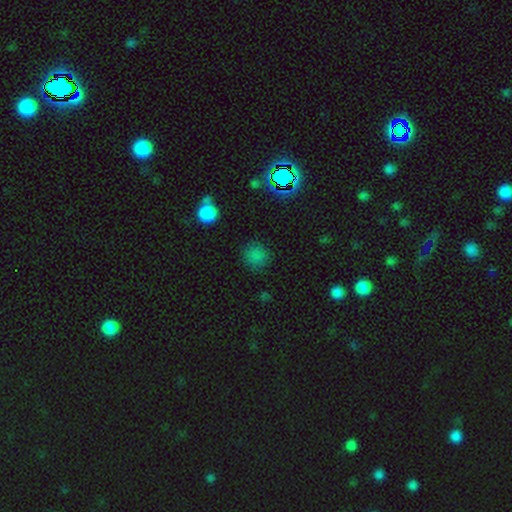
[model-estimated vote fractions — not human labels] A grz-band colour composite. It shows a smooth galaxy with no disk features (76%) that is round (89%). Merging: none (84%).